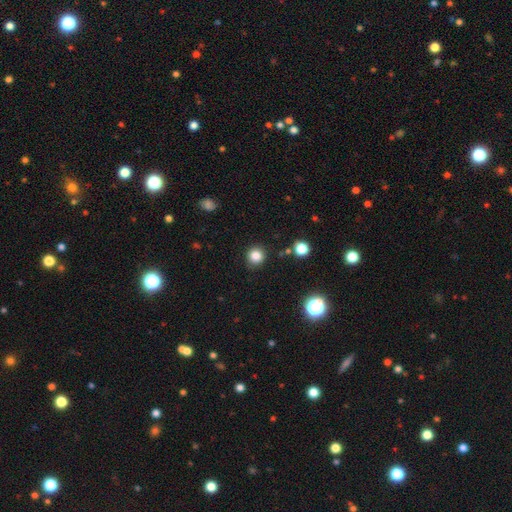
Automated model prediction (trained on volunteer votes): Smooth or featured? Predicted: smooth (p=0.83). How rounded? Predicted: round (p=0.91). Merging? Predicted: none (p=0.88).